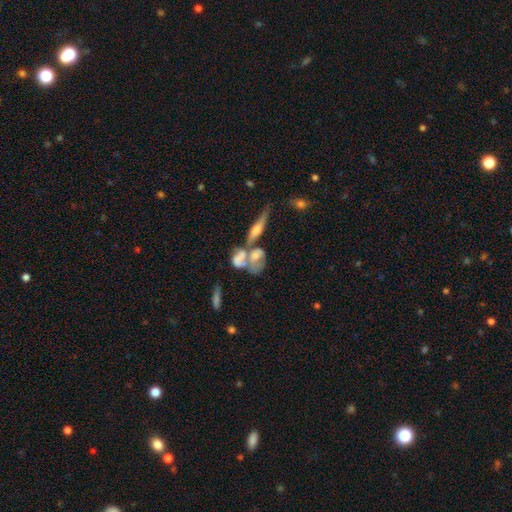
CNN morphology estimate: Q: Smooth or featured?
A: smooth (45%); tied with: featured or disk (45%)
Q: Merging?
A: merger (60%); runner-up: none (19%)